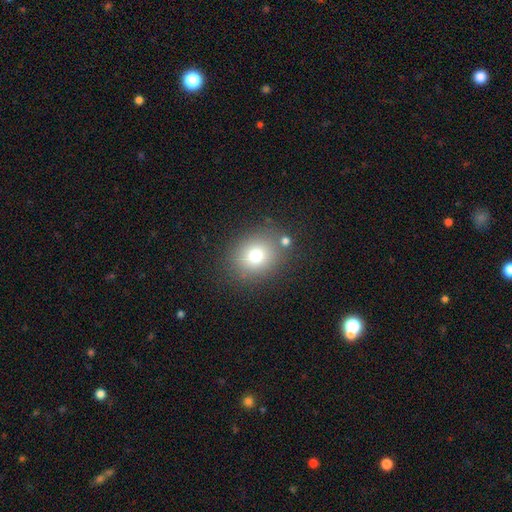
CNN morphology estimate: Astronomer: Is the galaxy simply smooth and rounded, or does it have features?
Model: smooth — 74%.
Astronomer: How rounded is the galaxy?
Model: round — 69%.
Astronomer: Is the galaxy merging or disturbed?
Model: none — 79%.